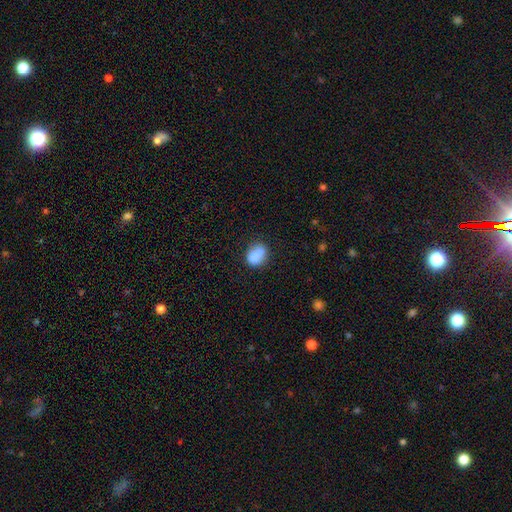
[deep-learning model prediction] Overall: smooth (81%). How rounded: in between (56%; round 43%). Merging: none (56%; minor disturbance 21%).